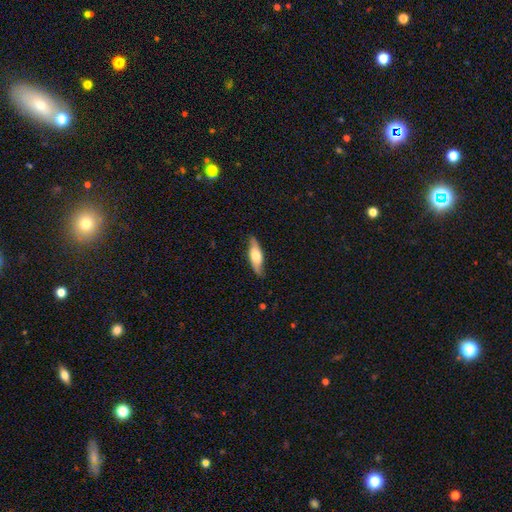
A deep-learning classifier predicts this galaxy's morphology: smooth 51%, featured or disk 43%, star or artifact 6%. Down the decision tree: how rounded — in between (51%); merging — none (82%).